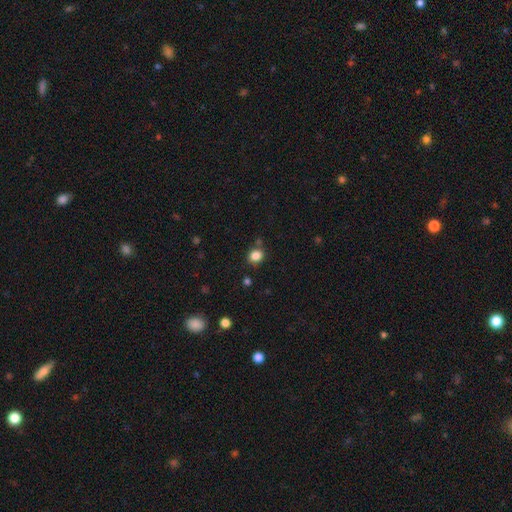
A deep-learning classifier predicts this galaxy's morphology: The model was most divided on "how rounded": round: 71%, in between: 29%, cigar-shaped: 1%. More confident: smooth or featured — smooth (84%); merging — none (78%).